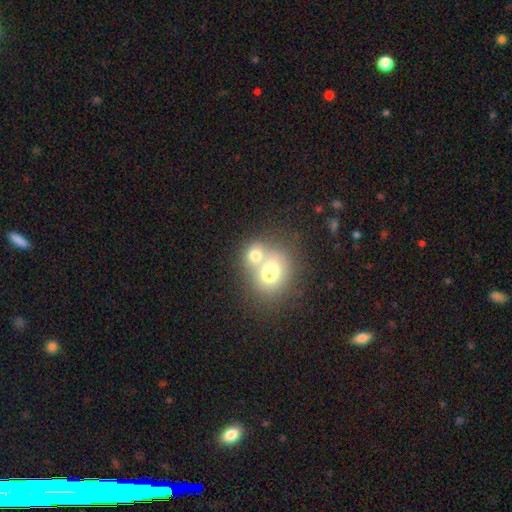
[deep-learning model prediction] This is likely a smooth galaxy (69%). How rounded: likely round (61%). Merging: likely merger (63%).